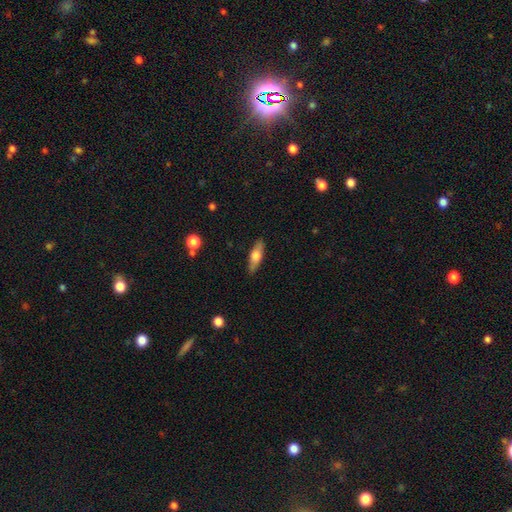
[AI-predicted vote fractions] Smooth or featured: smooth — 55% (featured or disk — 39%)
How rounded: in between — 49% (cigar-shaped — 48%)
Merging: none — 87% (minor disturbance — 9%)